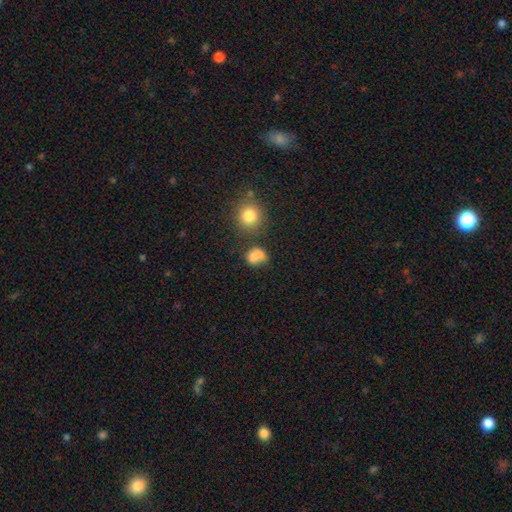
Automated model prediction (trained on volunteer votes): Smooth or featured? smooth (74%)
How rounded? round (61%)
Merging? merger (41%)